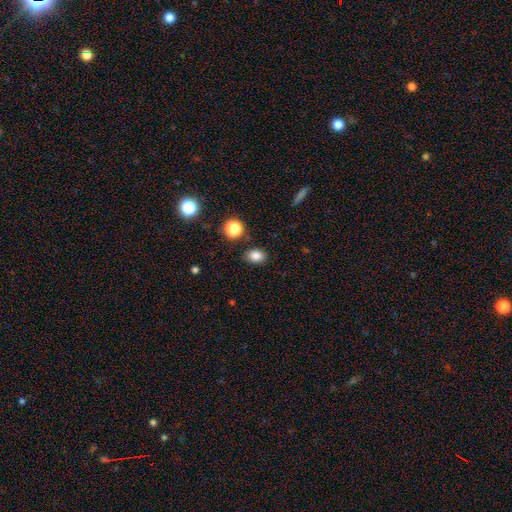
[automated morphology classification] Q: Smooth or featured?
A: smooth (84%); runner-up: star or artifact (11%)
Q: How rounded?
A: in between (71%); runner-up: round (28%)
Q: Merging?
A: none (83%); runner-up: minor disturbance (11%)